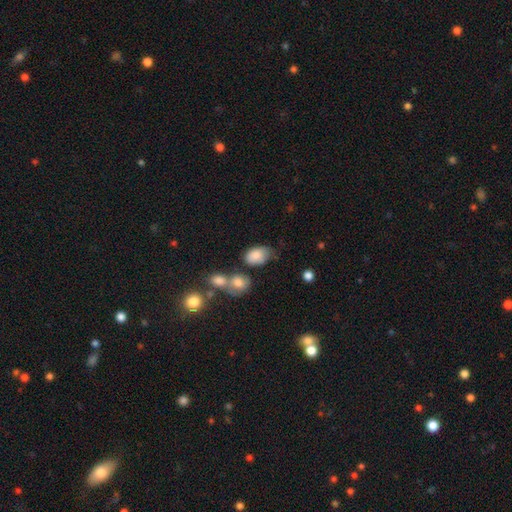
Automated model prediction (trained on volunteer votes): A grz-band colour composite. It shows a smooth galaxy with no disk features (84%) that is in between round and cigar-shaped (86%). Merging: none (49%).